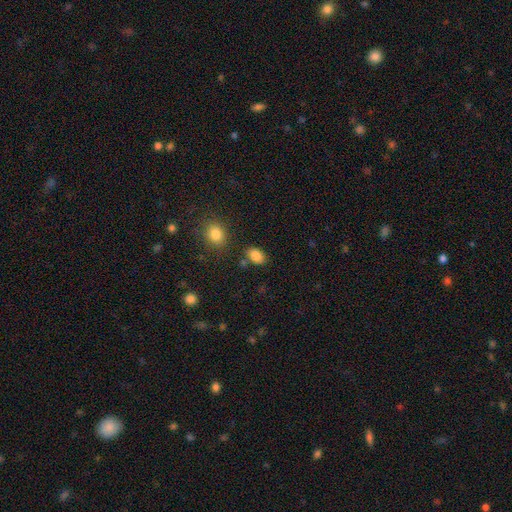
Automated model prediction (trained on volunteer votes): Q: Smooth or featured?
A: smooth (86%); runner-up: star or artifact (9%)
Q: How rounded?
A: in between (84%); runner-up: round (15%)
Q: Merging?
A: none (78%); runner-up: minor disturbance (12%)